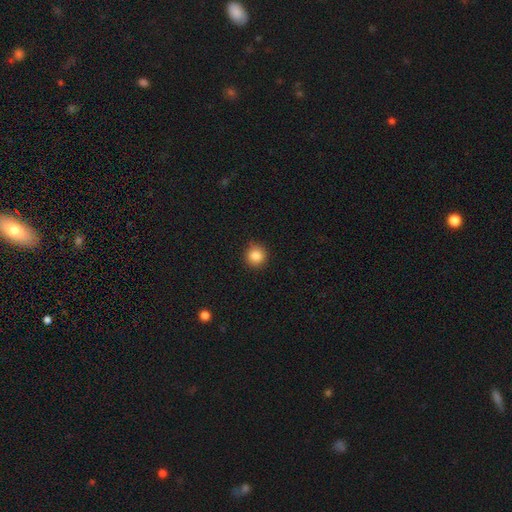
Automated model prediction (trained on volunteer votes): Morphology: type=smooth (86%); roundness=round (94%); merging=none (91%).